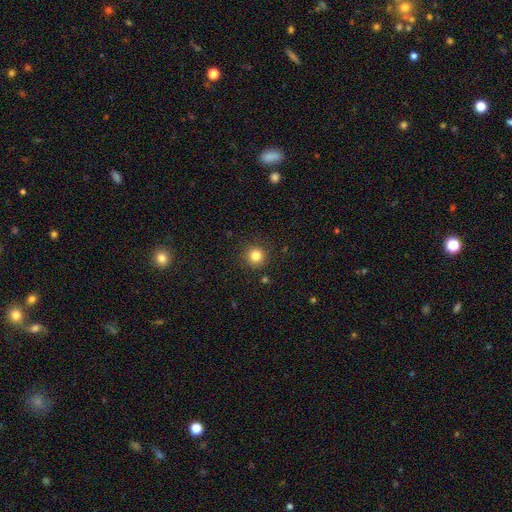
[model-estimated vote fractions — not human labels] smooth_or_featured: smooth (p=0.83) [alt: star or artifact p=0.12]
how_rounded: round (p=0.95) [alt: in between p=0.04]
merging: none (p=0.90) [alt: minor disturbance p=0.06]